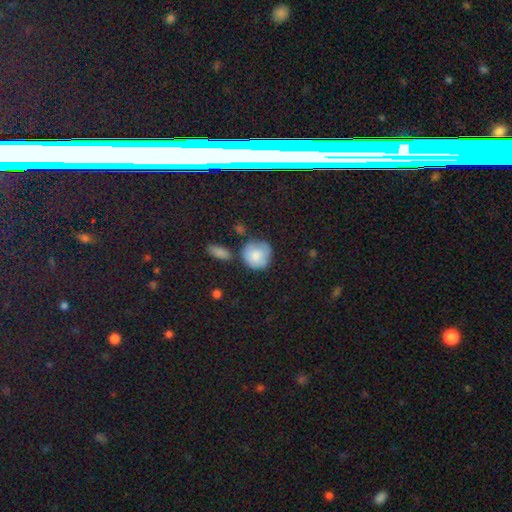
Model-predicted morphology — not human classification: Smooth or featured? Predicted: smooth (p=0.81). How rounded? Predicted: round (p=0.86). Merging? Predicted: none (p=0.56).